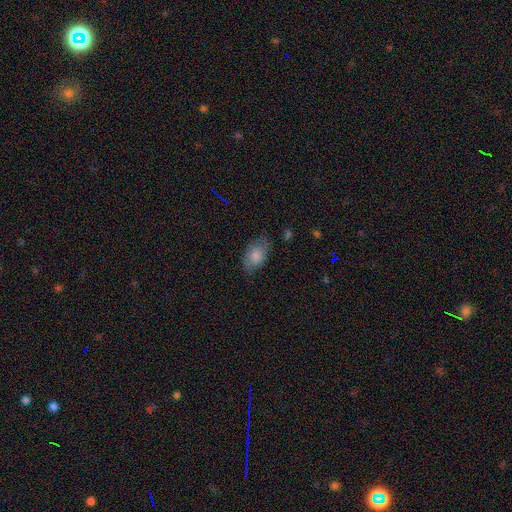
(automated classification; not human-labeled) Morphology: type=smooth (82%); roundness=in between (90%); merging=none (76%).